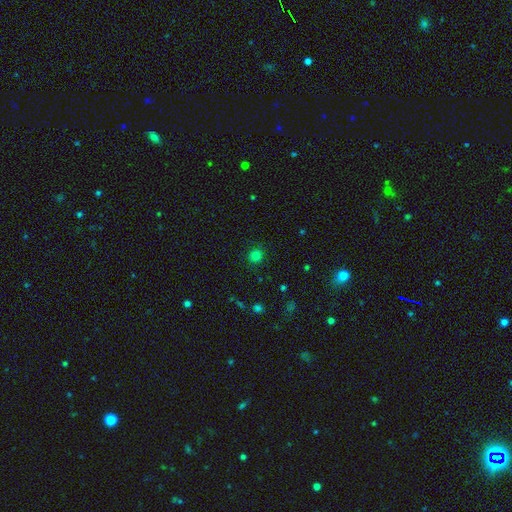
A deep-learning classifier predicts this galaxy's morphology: smooth-or-featured: smooth: 79% | star or artifact: 17% | featured or disk: 4%
  how-rounded: round: 91% | in between: 8% | cigar-shaped: 1%
  merging: none: 89% | minor disturbance: 7% | major disturbance: 2% | merger: 1%